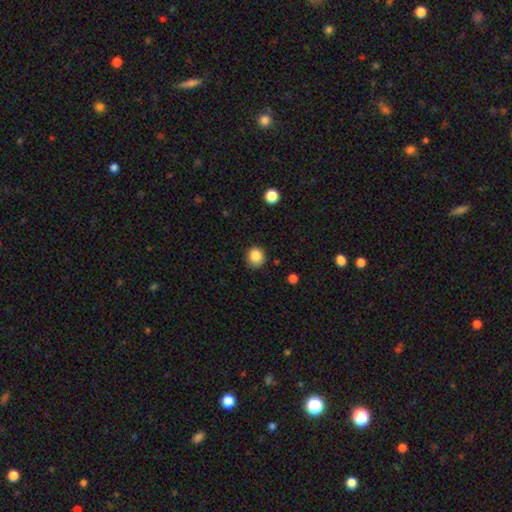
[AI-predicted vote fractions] Smooth or featured?
  - smooth: 87% *
  - star or artifact: 10%
  - featured or disk: 3%
How rounded?
  - round: 85% *
  - in between: 14%
  - cigar-shaped: 1%
Merging?
  - none: 81% *
  - minor disturbance: 14%
  - major disturbance: 3%
  - merger: 2%